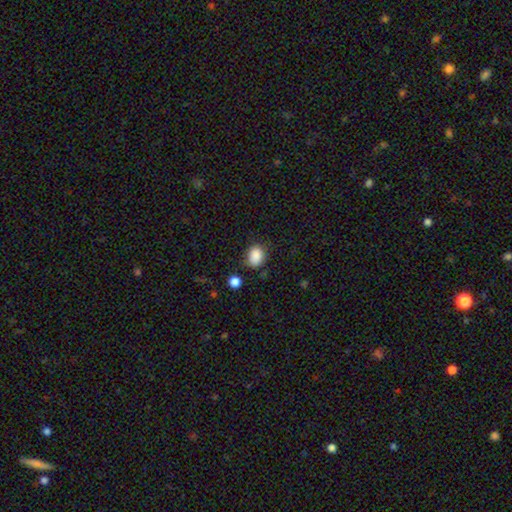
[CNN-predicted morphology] A smooth galaxy with no disk features (87%) that is in between round and cigar-shaped (57%). Merging: none (72%).